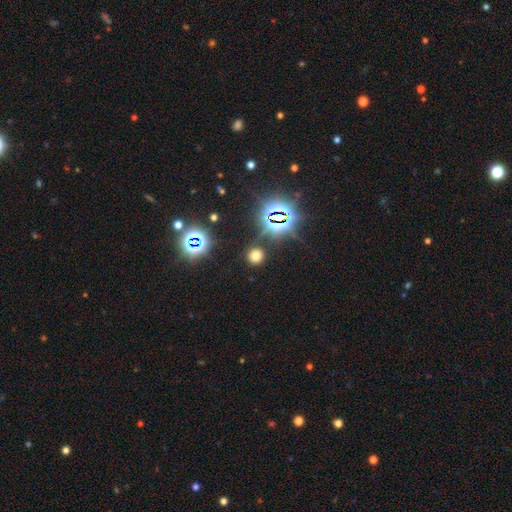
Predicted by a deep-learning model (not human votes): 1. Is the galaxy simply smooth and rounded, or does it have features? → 58% smooth, 35% star or artifact, 7% featured or disk.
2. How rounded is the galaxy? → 88% round, 11% in between, 1% cigar-shaped.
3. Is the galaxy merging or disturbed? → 85% none, 8% minor disturbance, 3% major disturbance, 3% merger.